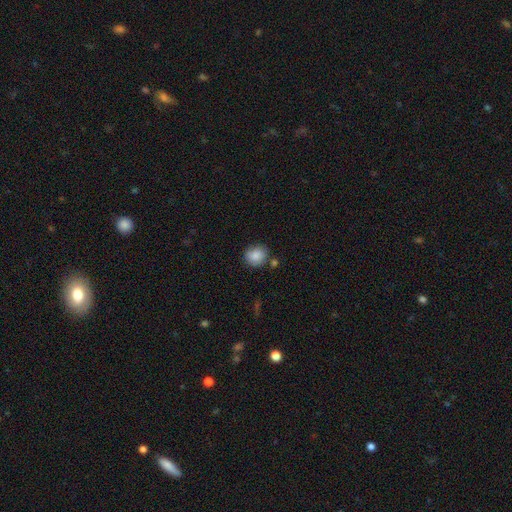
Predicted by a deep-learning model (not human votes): smooth-or-featured: smooth: 86% | star or artifact: 8% | featured or disk: 6%
  how-rounded: round: 82% | in between: 17% | cigar-shaped: 1%
  merging: none: 77% | minor disturbance: 14% | merger: 6% | major disturbance: 3%